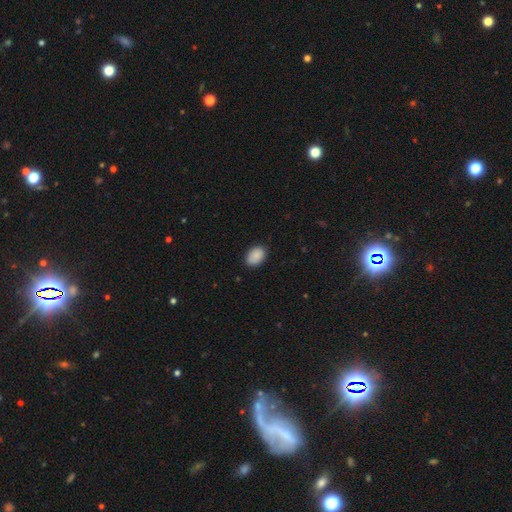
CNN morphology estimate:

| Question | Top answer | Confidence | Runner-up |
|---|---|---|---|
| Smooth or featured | smooth | 88% | star or artifact (7%) |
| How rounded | in between | 85% | round (14%) |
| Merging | none | 85% | minor disturbance (11%) |